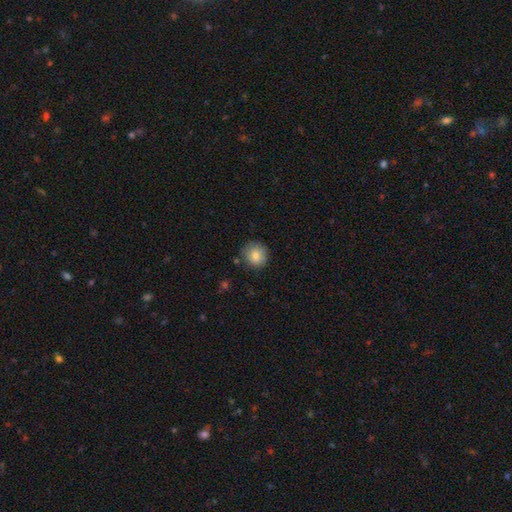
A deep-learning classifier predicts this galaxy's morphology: smooth-or-featured: smooth: 83% | star or artifact: 9% | featured or disk: 9%
  how-rounded: round: 89% | in between: 10% | cigar-shaped: 1%
  merging: none: 82% | minor disturbance: 13% | major disturbance: 3% | merger: 2%